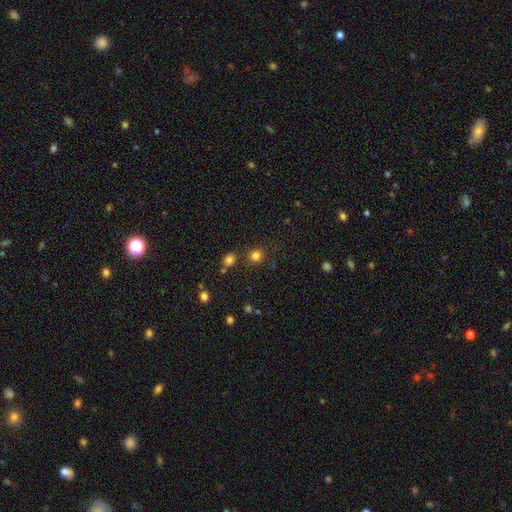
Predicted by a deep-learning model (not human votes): Smooth or featured?
  - smooth: 81% *
  - star or artifact: 15%
  - featured or disk: 4%
How rounded?
  - round: 86% *
  - in between: 13%
  - cigar-shaped: 1%
Merging?
  - none: 81% *
  - minor disturbance: 9%
  - merger: 7%
  - major disturbance: 3%